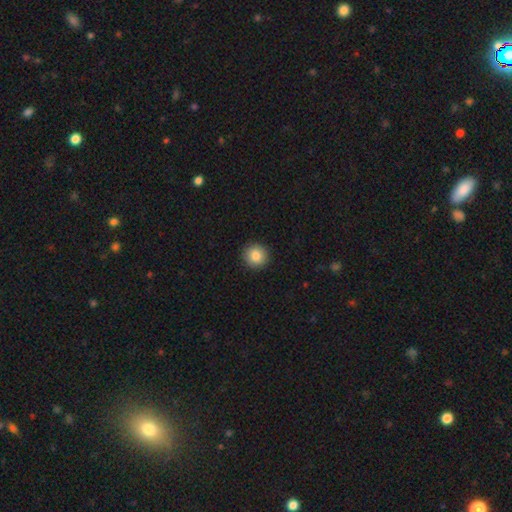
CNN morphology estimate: smooth_or_featured: smooth (p=0.85) [alt: star or artifact p=0.09]
how_rounded: round (p=0.94) [alt: in between p=0.05]
merging: none (p=0.93) [alt: minor disturbance p=0.05]